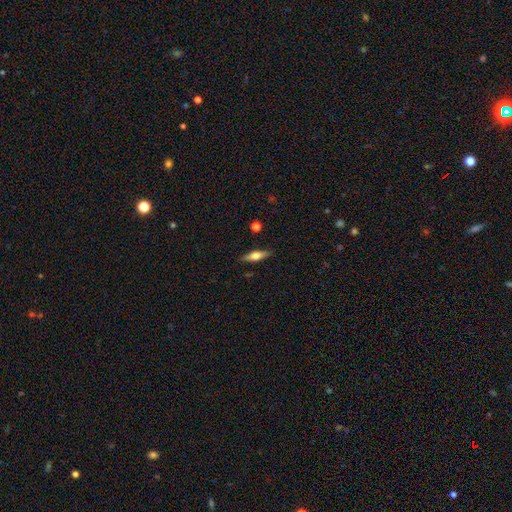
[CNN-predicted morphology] Q: Smooth or featured?
A: featured or disk (48%); runner-up: smooth (45%)
Q: Merging?
A: none (88%); runner-up: minor disturbance (9%)